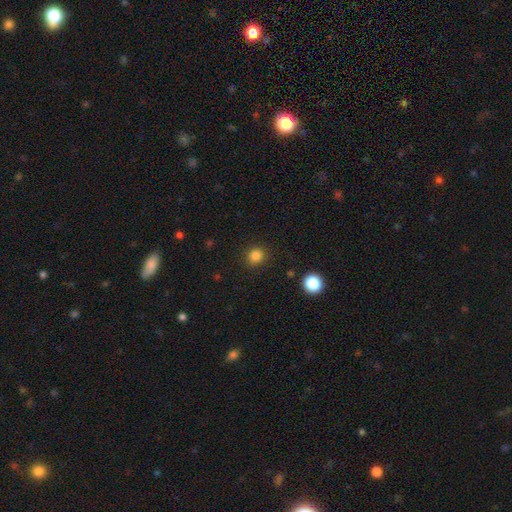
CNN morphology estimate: smooth 83%, star or artifact 13%, featured or disk 4%. Down the decision tree: how rounded — round (91%); merging — none (90%).